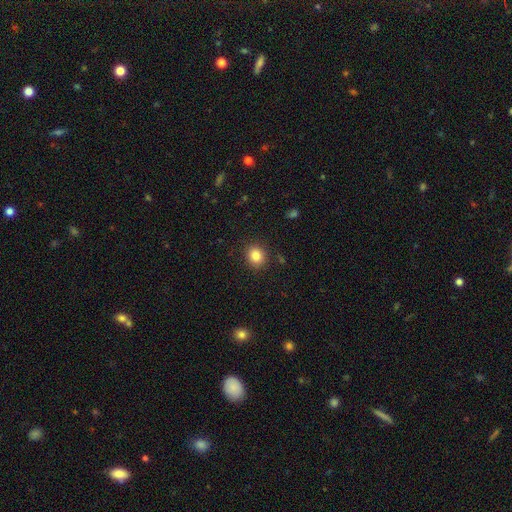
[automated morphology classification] The model was most divided on "how rounded": round: 74%, in between: 25%, cigar-shaped: 1%. More confident: merging — none (89%); smooth or featured — smooth (84%).